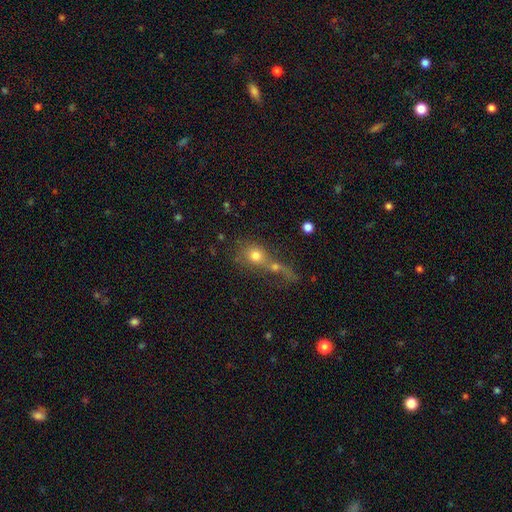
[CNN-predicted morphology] A smooth galaxy with no disk features (70%) that is round (71%).

Vote fractions:
- Smooth or featured? smooth: 70% / featured or disk: 16% / star or artifact: 14%
- How rounded? round: 71% / in between: 26% / cigar-shaped: 3%
- Merging? merger: 60% / none: 24% / major disturbance: 9% / minor disturbance: 7%